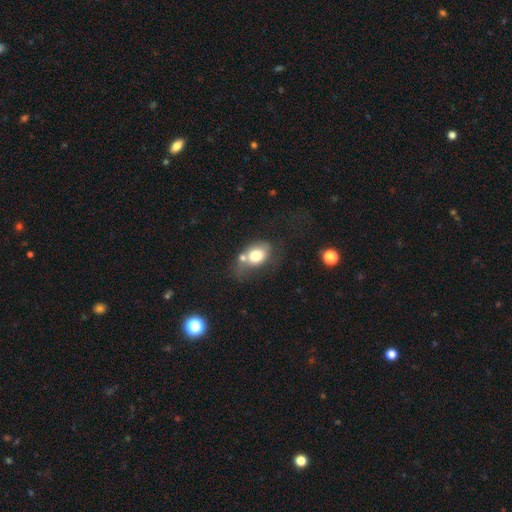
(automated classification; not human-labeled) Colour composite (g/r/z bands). It shows a smooth galaxy with no disk features (73%) that is in between round and cigar-shaped (71%). Merging: none (33%).